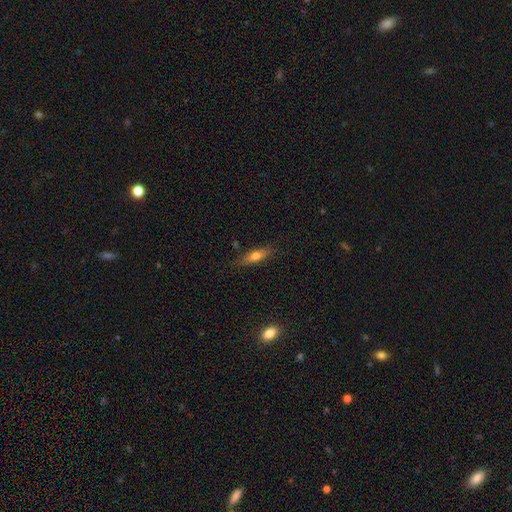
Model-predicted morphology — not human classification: smooth-or-featured: smooth: 61% | featured or disk: 31% | star or artifact: 8%
  how-rounded: cigar-shaped: 57% | in between: 39% | round: 3%
  merging: none: 81% | minor disturbance: 14% | major disturbance: 3% | merger: 2%